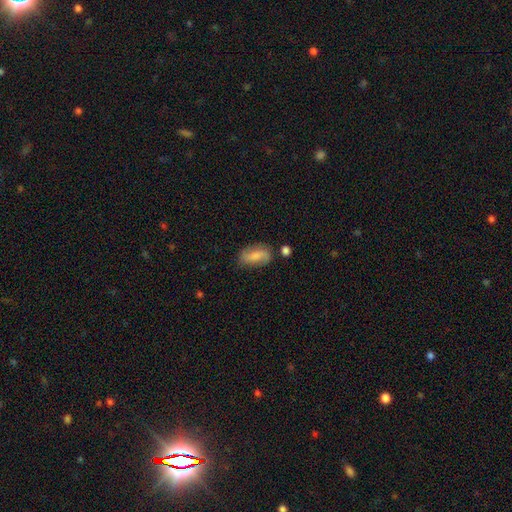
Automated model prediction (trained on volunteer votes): This is possibly a smooth galaxy (50%). How rounded: clearly in between (86%). Merging: likely none (70%).